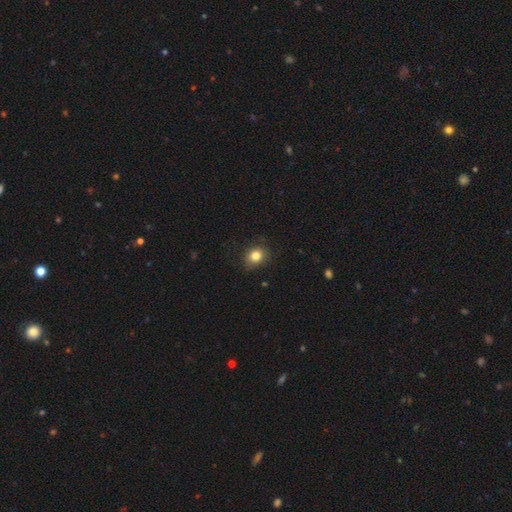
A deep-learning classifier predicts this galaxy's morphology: A smooth galaxy with no disk features (82%) that is round (61%).

Vote fractions:
- Smooth or featured? smooth: 82% / star or artifact: 11% / featured or disk: 7%
- How rounded? round: 61% / in between: 38% / cigar-shaped: 1%
- Merging? none: 81% / minor disturbance: 15% / major disturbance: 3% / merger: 1%